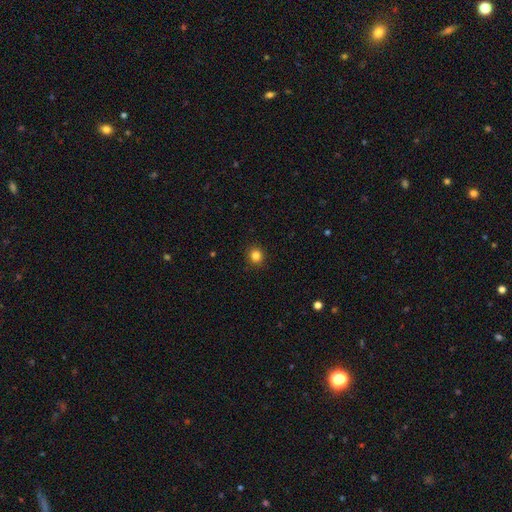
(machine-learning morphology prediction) smooth_or_featured: smooth (p=0.84) [alt: star or artifact p=0.12]
how_rounded: round (p=0.88) [alt: in between p=0.11]
merging: none (p=0.92) [alt: minor disturbance p=0.05]